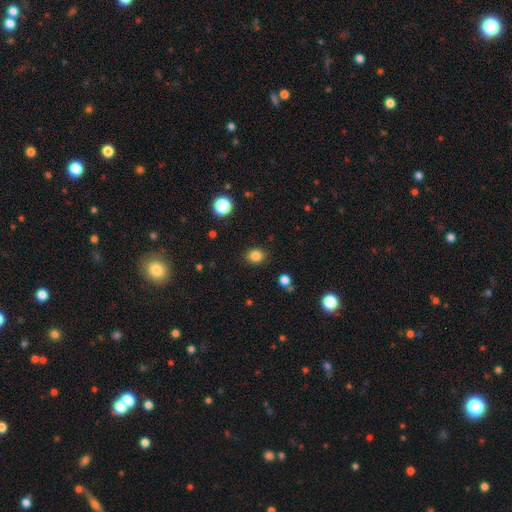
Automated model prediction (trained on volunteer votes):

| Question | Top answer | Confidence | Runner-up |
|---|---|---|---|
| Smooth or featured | smooth | 84% | star or artifact (12%) |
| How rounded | round | 65% | in between (35%) |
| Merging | none | 86% | minor disturbance (10%) |